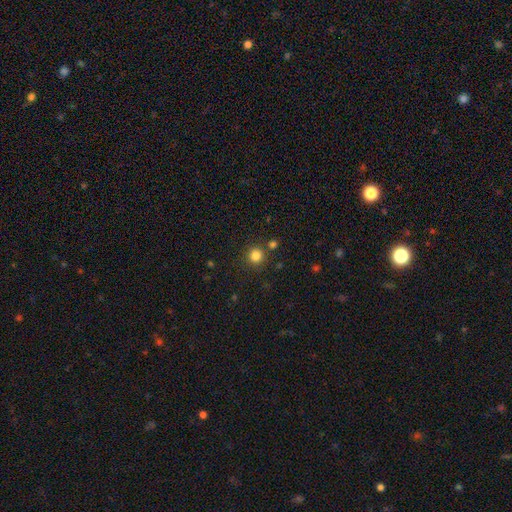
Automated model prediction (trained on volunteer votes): A smooth galaxy with no disk features (82%) that is round (94%). Merging: none (84%).